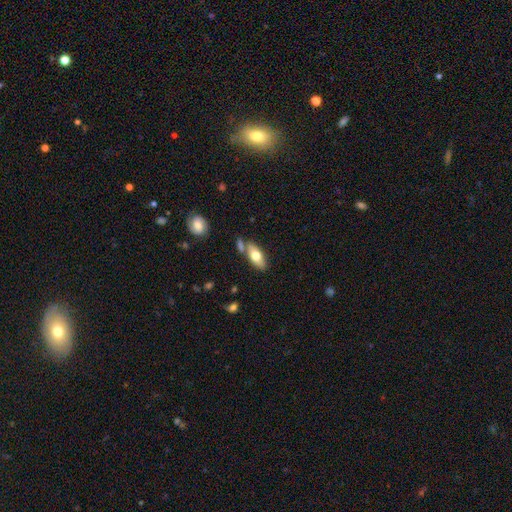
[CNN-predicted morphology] Smooth or featured? Predicted: smooth (p=0.65). How rounded? Predicted: in between (p=0.82). Merging? Predicted: none (p=0.68).